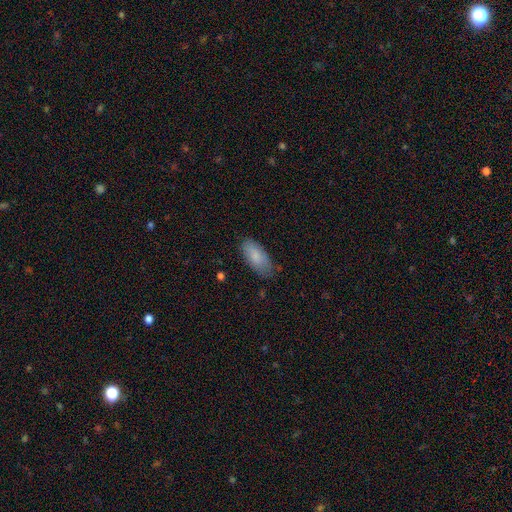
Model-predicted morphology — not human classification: Smooth or featured: smooth — 84% (featured or disk — 10%)
How rounded: in between — 88% (cigar-shaped — 10%)
Merging: none — 75% (minor disturbance — 20%)